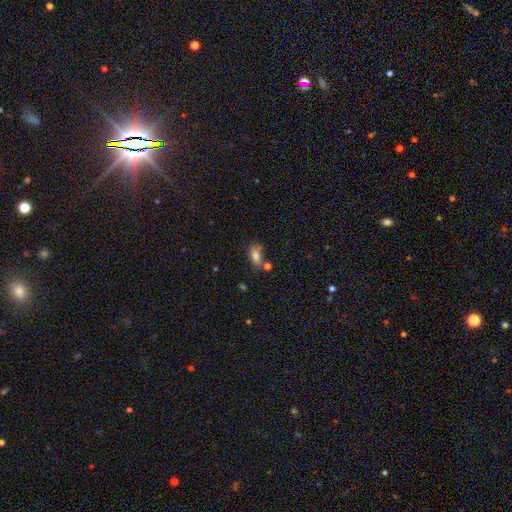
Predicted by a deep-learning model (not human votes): Morphology: type=smooth (81%); roundness=in between (87%); merging=none (60%).